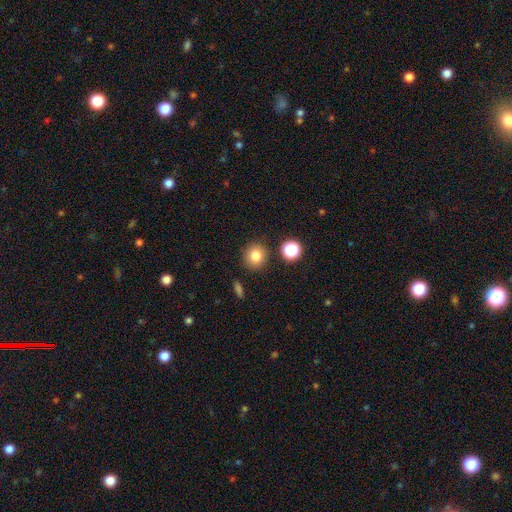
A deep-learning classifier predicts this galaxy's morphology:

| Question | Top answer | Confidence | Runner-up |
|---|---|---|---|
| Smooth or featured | smooth | 81% | star or artifact (12%) |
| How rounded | round | 88% | in between (11%) |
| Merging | none | 87% | minor disturbance (7%) |